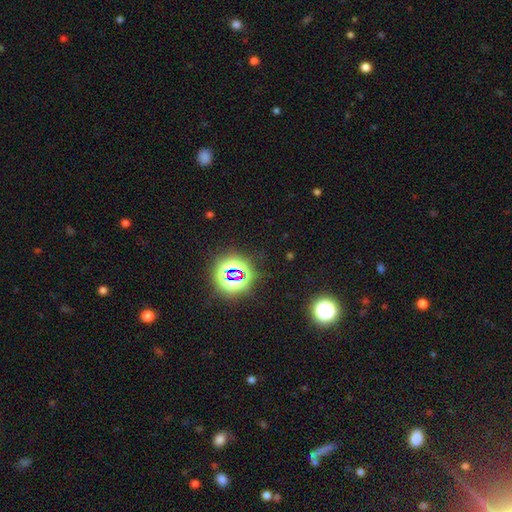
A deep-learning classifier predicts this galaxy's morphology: smooth-or-featured: star or artifact: 77% | smooth: 16% | featured or disk: 7%